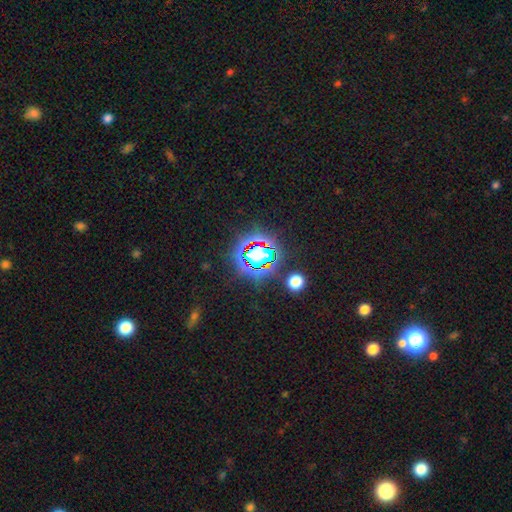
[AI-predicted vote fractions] A star or artifact, not a galaxy (70%).

Vote fractions:
- Smooth or featured? star or artifact: 70% / smooth: 19% / featured or disk: 11%